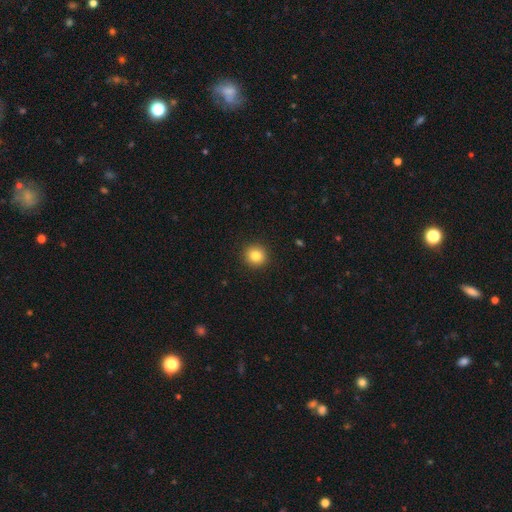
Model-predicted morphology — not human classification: Smooth or featured? smooth (84%)
How rounded? round (92%)
Merging? none (92%)